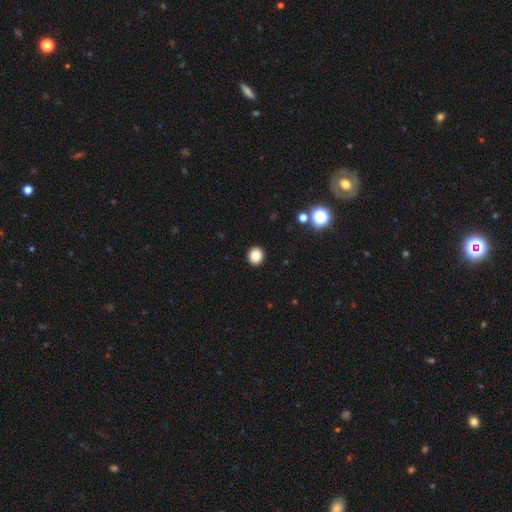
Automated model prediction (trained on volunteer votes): Smooth or featured? smooth (83%)
How rounded? round (86%)
Merging? none (93%)